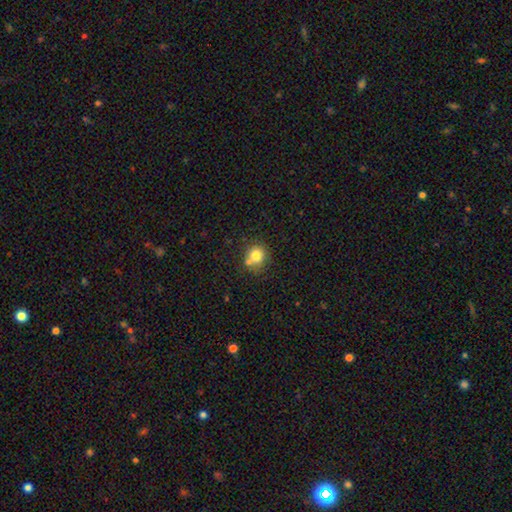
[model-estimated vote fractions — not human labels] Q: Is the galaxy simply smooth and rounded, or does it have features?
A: smooth — 79%.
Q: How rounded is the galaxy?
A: round — 83%.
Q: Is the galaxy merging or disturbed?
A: none — 62%.